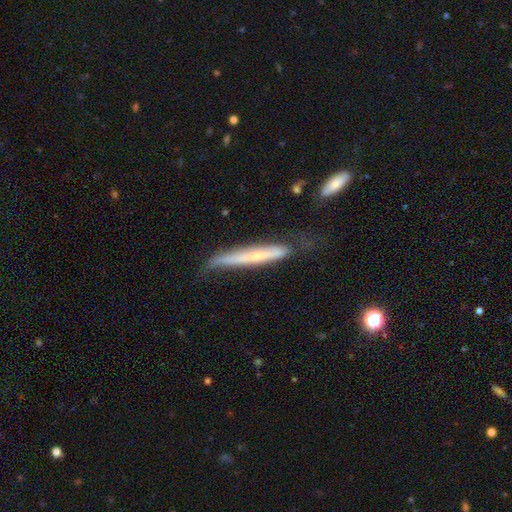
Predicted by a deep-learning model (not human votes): Smooth or featured?
  - featured or disk: 52% *
  - smooth: 41%
  - star or artifact: 6%
Edge-on disk?
  - yes: 84% *
  - no: 16%
Merging?
  - none: 54% *
  - minor disturbance: 31%
  - major disturbance: 12%
  - merger: 3%